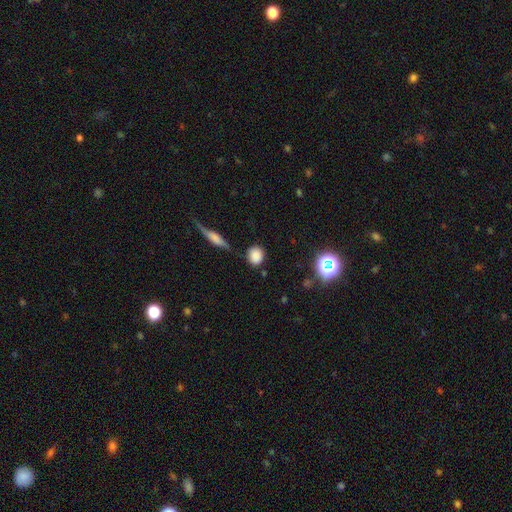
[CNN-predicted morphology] smooth-or-featured: smooth: 82% | star or artifact: 11% | featured or disk: 7%
  how-rounded: round: 72% | in between: 25% | cigar-shaped: 3%
  merging: none: 80% | minor disturbance: 12% | merger: 5% | major disturbance: 4%